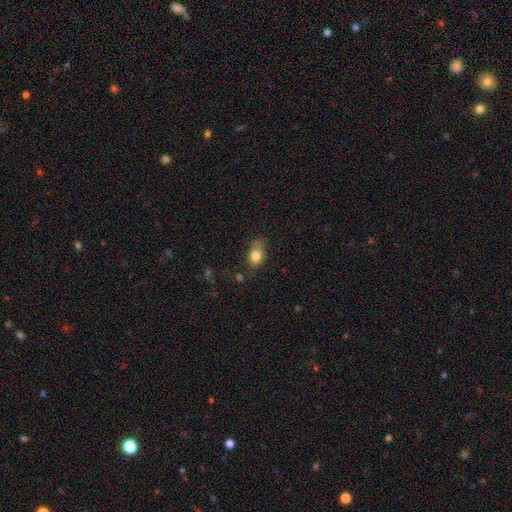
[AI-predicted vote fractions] smooth 81%, star or artifact 9%, featured or disk 9%. Down the decision tree: how rounded — in between (75%); merging — none (60%).